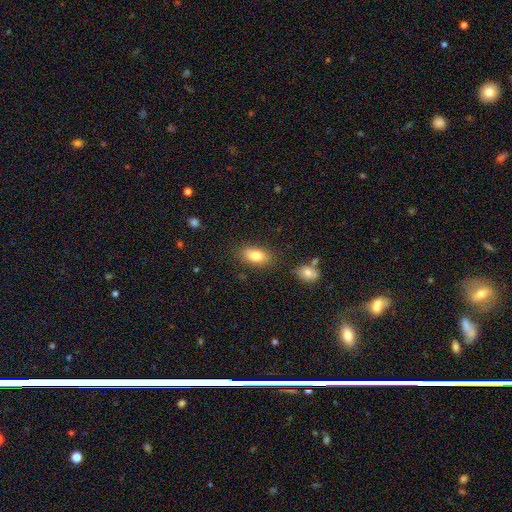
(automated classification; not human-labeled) A smooth galaxy with no disk features (81%) that is in between round and cigar-shaped (88%). Merging: none (80%).